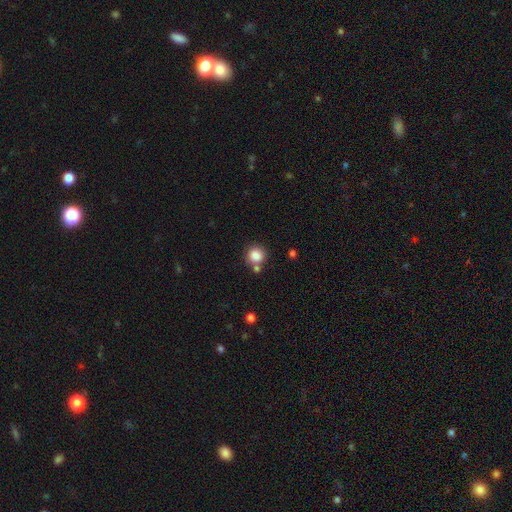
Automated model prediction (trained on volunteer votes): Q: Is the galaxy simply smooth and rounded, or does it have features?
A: smooth — 85%.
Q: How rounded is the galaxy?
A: round — 89%.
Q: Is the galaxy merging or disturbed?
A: none — 71%.